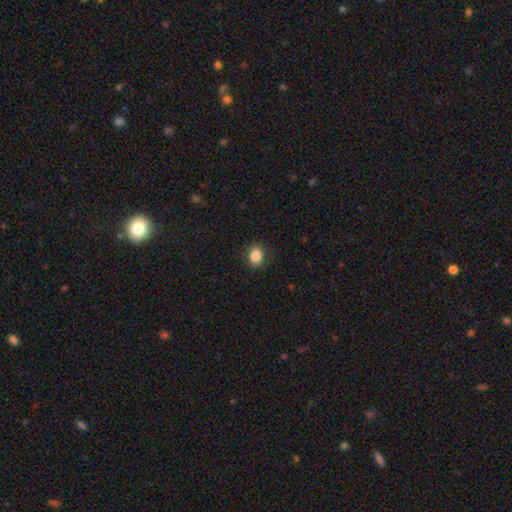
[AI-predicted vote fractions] A smooth galaxy with no disk features (86%) that is in between round and cigar-shaped (65%). Merging: none (86%).